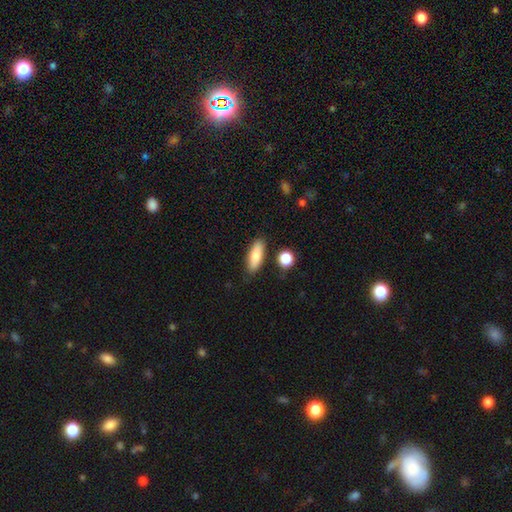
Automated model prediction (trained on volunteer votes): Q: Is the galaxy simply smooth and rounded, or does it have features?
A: smooth — 79%.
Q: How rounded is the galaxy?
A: in between — 64%.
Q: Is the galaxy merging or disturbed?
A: none — 82%.